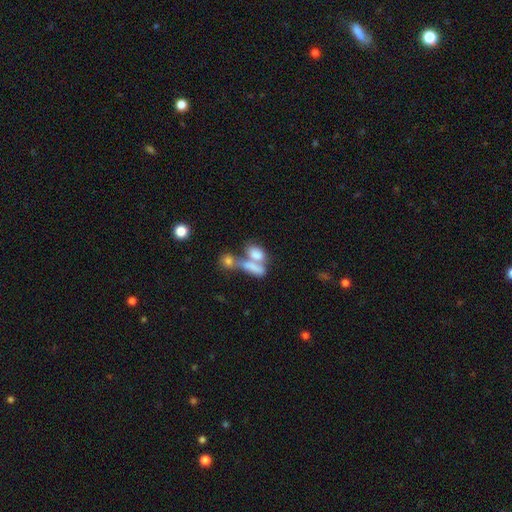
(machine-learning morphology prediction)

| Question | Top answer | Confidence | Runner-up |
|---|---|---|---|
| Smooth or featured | smooth | 72% | featured or disk (18%) |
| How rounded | in between | 75% | cigar-shaped (14%) |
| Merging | merger | 59% | none (25%) |